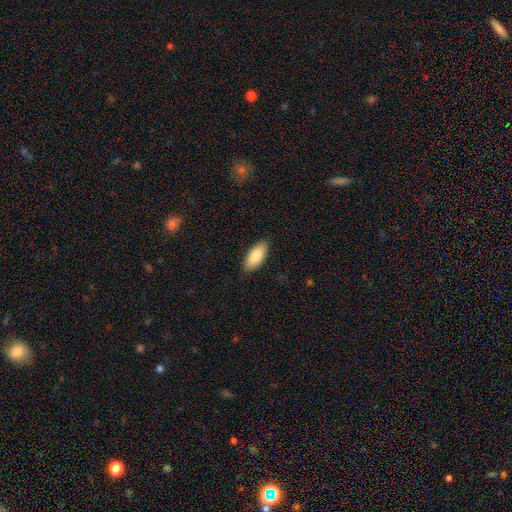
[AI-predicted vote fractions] Q: Smooth or featured?
A: smooth (85%); runner-up: featured or disk (9%)
Q: How rounded?
A: in between (87%); runner-up: cigar-shaped (11%)
Q: Merging?
A: none (87%); runner-up: minor disturbance (10%)